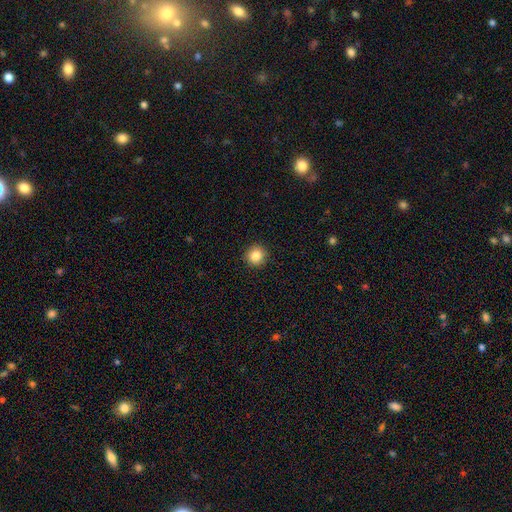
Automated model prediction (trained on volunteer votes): This is clearly a smooth galaxy (85%). How rounded: clearly round (94%). Merging: clearly none (93%).